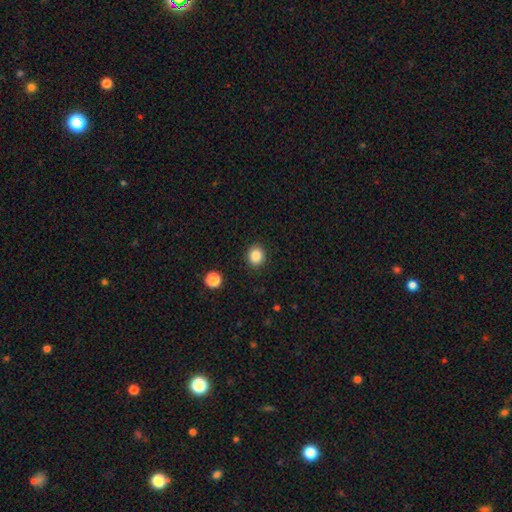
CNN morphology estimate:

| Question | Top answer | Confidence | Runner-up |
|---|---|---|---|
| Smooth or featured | smooth | 86% | star or artifact (10%) |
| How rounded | round | 80% | in between (19%) |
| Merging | none | 90% | minor disturbance (6%) |